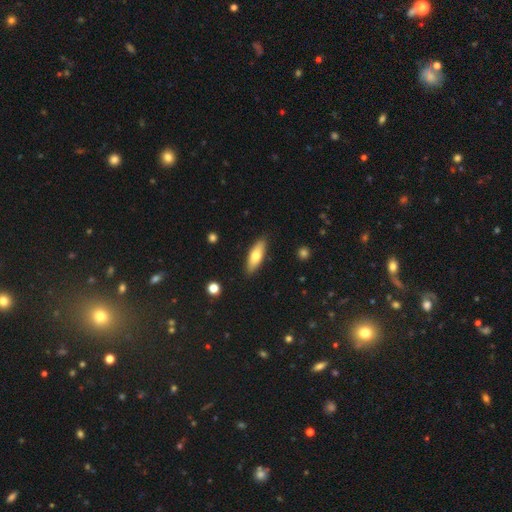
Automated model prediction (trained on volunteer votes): A smooth galaxy with no disk features (68%) that is in between round and cigar-shaped (56%). Merging: none (87%).